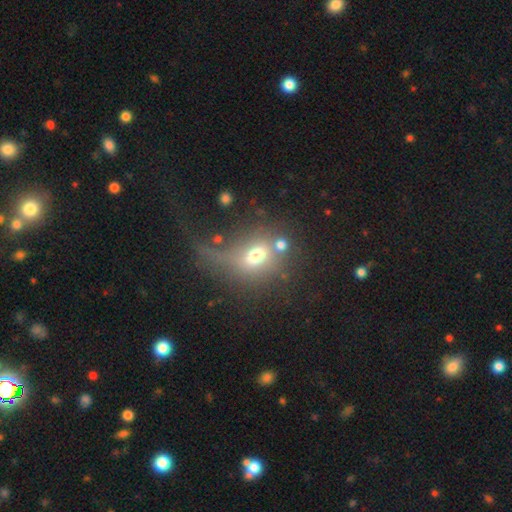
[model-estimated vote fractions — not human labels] A smooth galaxy with no disk features (60%) that is in between round and cigar-shaped (52%). Merging: none (39%).